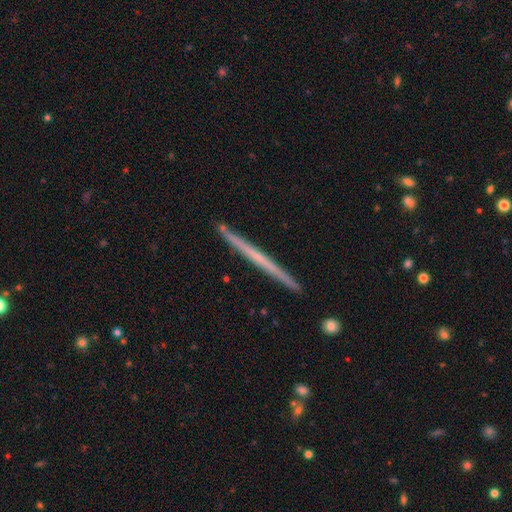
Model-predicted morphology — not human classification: A featured or disk galaxy (56%) viewed edge-on (98%) with no central bulge (90%). Merging: none (92%).